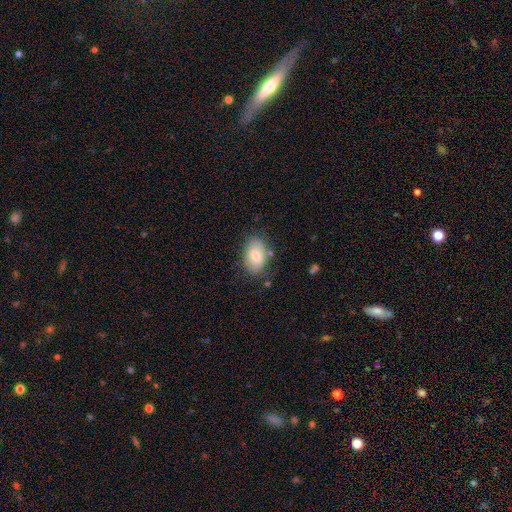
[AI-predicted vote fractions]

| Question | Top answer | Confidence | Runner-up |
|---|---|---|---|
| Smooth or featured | smooth | 73% | featured or disk (20%) |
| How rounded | in between | 90% | round (9%) |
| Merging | none | 75% | minor disturbance (17%) |